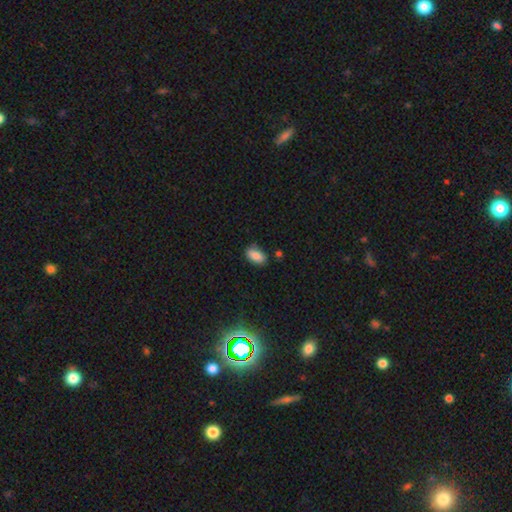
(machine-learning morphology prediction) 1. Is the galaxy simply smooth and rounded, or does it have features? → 83% smooth, 9% featured or disk, 8% star or artifact.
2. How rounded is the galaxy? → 91% in between, 5% cigar-shaped, 4% round.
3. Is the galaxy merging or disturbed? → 79% none, 16% minor disturbance, 3% merger, 3% major disturbance.